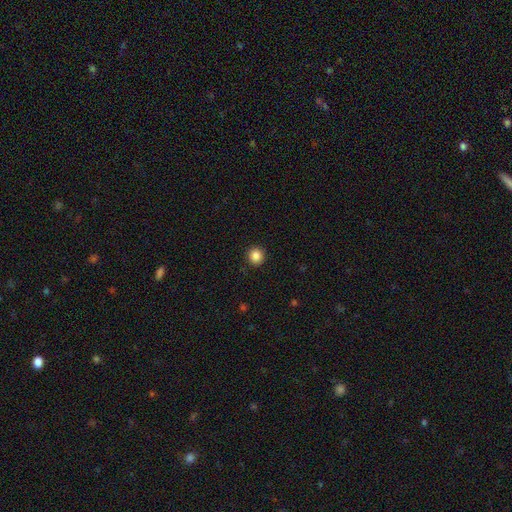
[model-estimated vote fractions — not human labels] smooth_or_featured: smooth (p=0.86) [alt: star or artifact p=0.10]
how_rounded: round (p=0.93) [alt: in between p=0.06]
merging: none (p=0.92) [alt: minor disturbance p=0.05]